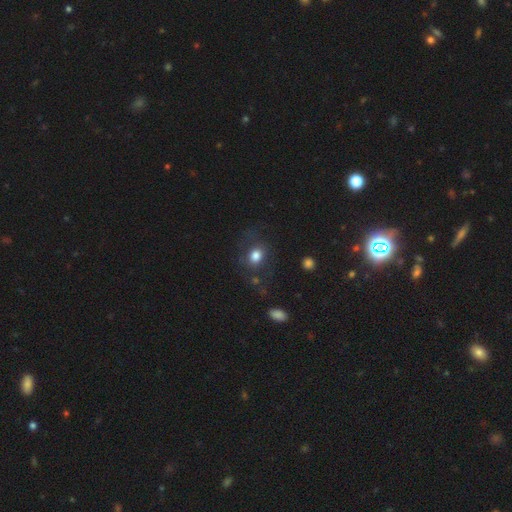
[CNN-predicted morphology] A smooth galaxy with no disk features (76%) that is round (54%).

Vote fractions:
- Smooth or featured? smooth: 76% / featured or disk: 13% / star or artifact: 11%
- How rounded? round: 54% / in between: 45% / cigar-shaped: 1%
- Merging? none: 67% / minor disturbance: 16% / major disturbance: 13% / merger: 3%